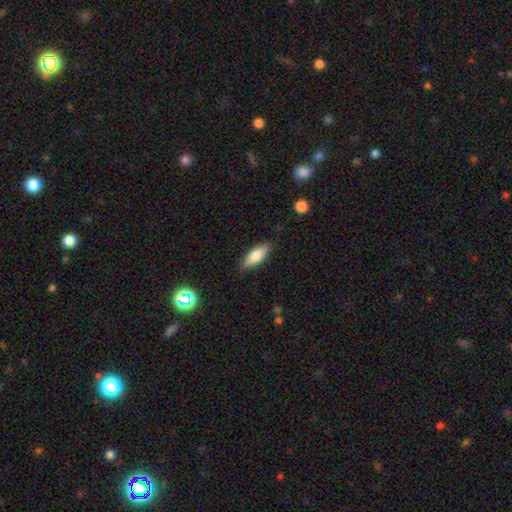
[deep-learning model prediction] Smooth or featured?
  - smooth: 79% *
  - featured or disk: 14%
  - star or artifact: 7%
How rounded?
  - in between: 75% *
  - cigar-shaped: 23%
  - round: 2%
Merging?
  - none: 84% *
  - minor disturbance: 12%
  - major disturbance: 2%
  - merger: 1%